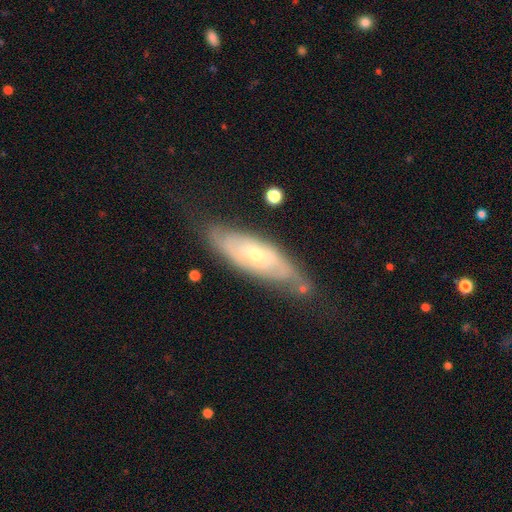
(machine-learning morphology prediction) Overall: featured or disk (64%; smooth 29%). Edge-on disk: no (76%). Merging: none (62%; minor disturbance 25%).